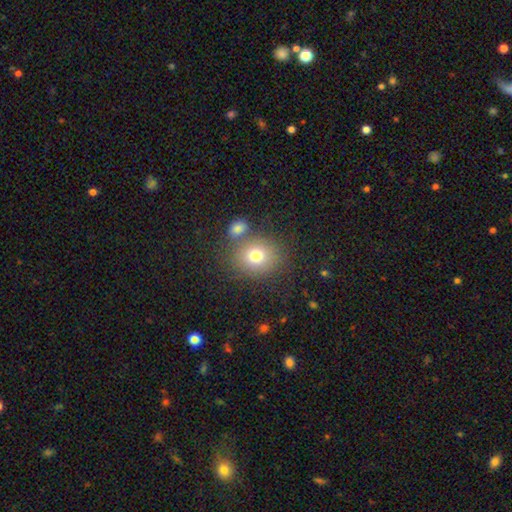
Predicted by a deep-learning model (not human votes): A smooth galaxy with no disk features (75%) that is round (70%). Merging: none (67%).